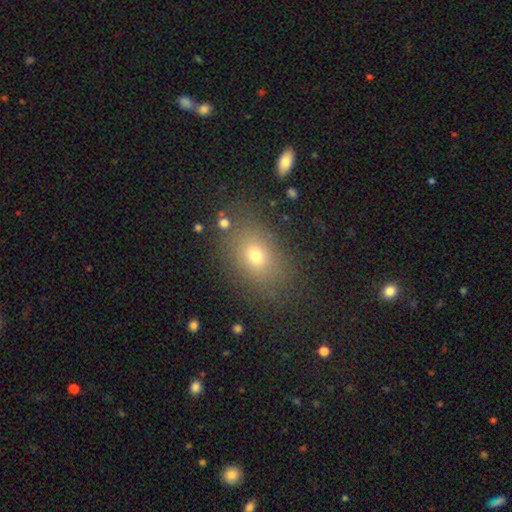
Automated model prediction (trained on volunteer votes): smooth-or-featured: smooth: 69% | star or artifact: 17% | featured or disk: 14%
  how-rounded: in between: 69% | round: 29% | cigar-shaped: 2%
  merging: none: 81% | minor disturbance: 11% | major disturbance: 5% | merger: 3%